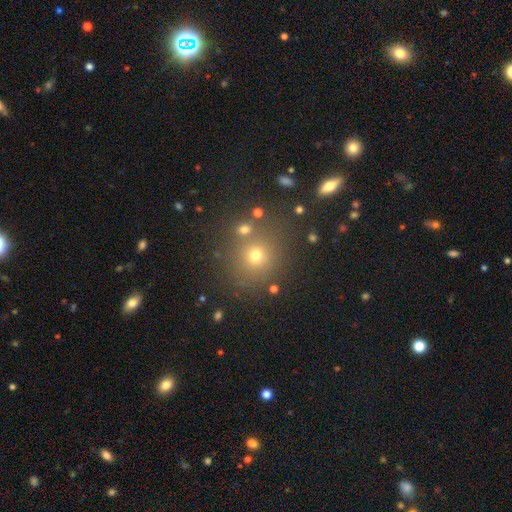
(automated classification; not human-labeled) Overall: smooth (66%). How rounded: round (85%). Merging: none (76%).